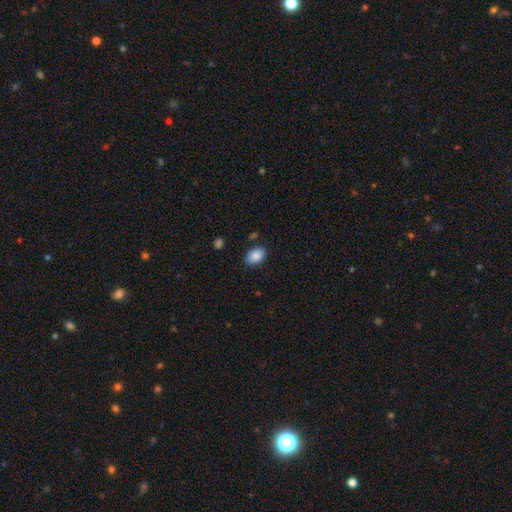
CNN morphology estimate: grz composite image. It shows a smooth galaxy with no disk features (88%) that is in between round and cigar-shaped (81%). Merging: none (84%).